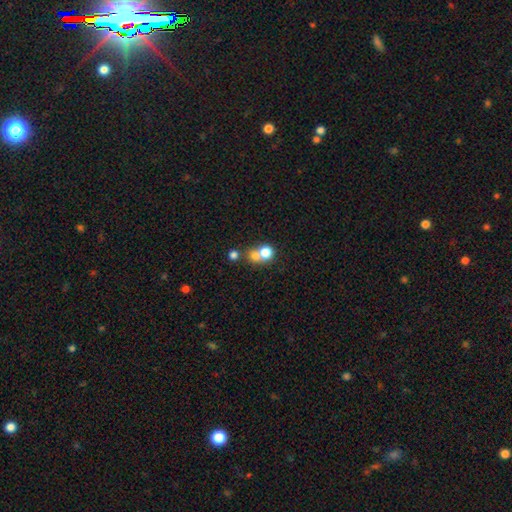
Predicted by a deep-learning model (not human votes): smooth_or_featured: smooth (p=0.72) [alt: featured or disk p=0.14]
how_rounded: round (p=0.83) [alt: in between p=0.16]
merging: merger (p=0.52) [alt: none p=0.39]